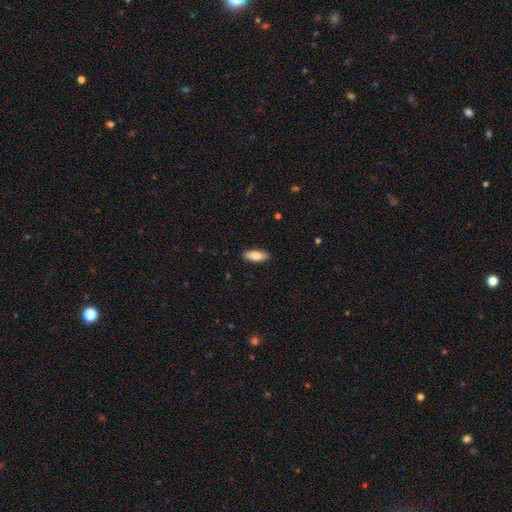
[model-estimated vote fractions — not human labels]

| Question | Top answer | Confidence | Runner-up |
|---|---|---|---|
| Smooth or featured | smooth | 77% | featured or disk (17%) |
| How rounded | in between | 75% | cigar-shaped (23%) |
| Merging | none | 90% | minor disturbance (8%) |